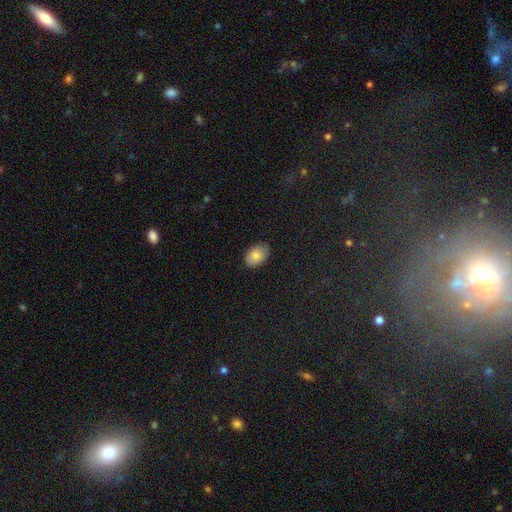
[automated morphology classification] Smooth or featured? smooth (83%)
How rounded? in between (87%)
Merging? none (85%)